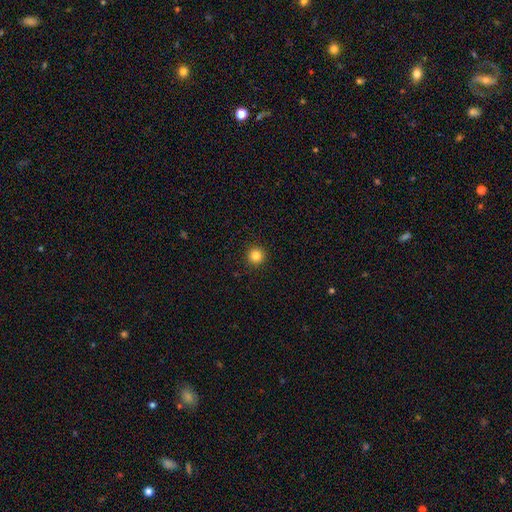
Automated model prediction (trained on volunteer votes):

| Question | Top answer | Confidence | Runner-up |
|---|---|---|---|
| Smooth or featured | smooth | 84% | star or artifact (12%) |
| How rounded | round | 96% | in between (3%) |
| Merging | none | 93% | minor disturbance (5%) |